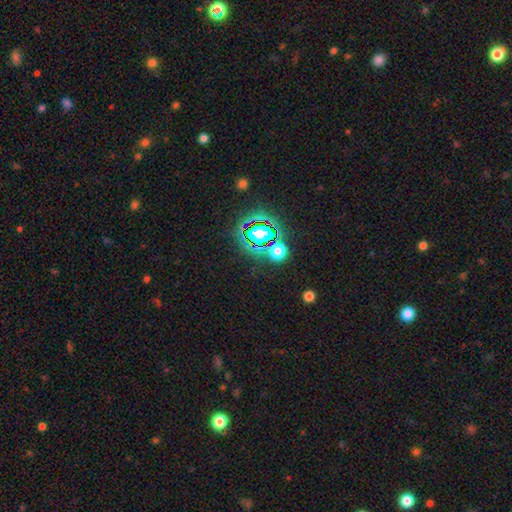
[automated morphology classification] star or artifact 79%, smooth 13%, featured or disk 8%.